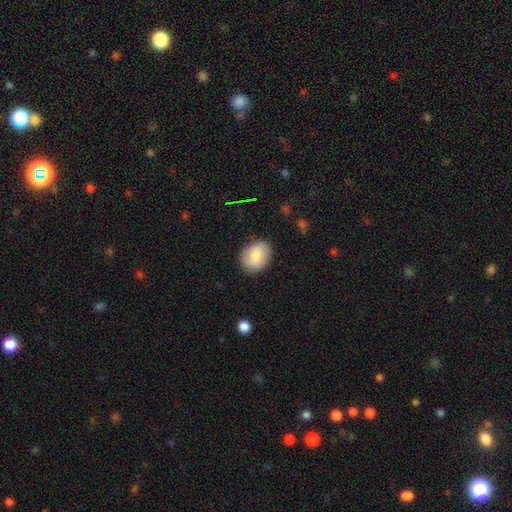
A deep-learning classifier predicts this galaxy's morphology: A smooth galaxy with no disk features (76%) that is in between round and cigar-shaped (56%). Merging: none (84%).